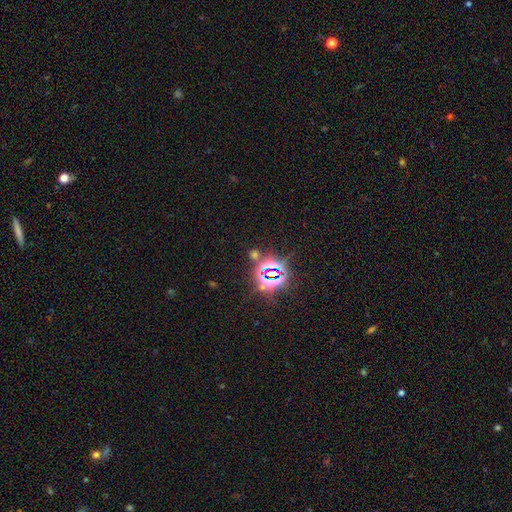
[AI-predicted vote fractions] Q: Smooth or featured?
A: star or artifact (79%); runner-up: smooth (13%)